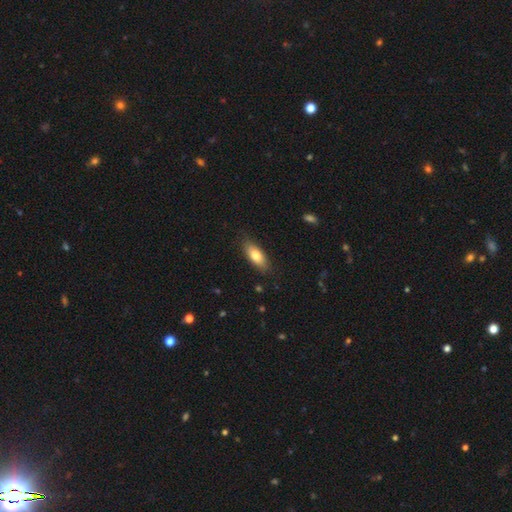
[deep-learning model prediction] smooth 78%, featured or disk 16%, star or artifact 6%. Down the decision tree: how rounded — in between (76%); merging — none (83%).